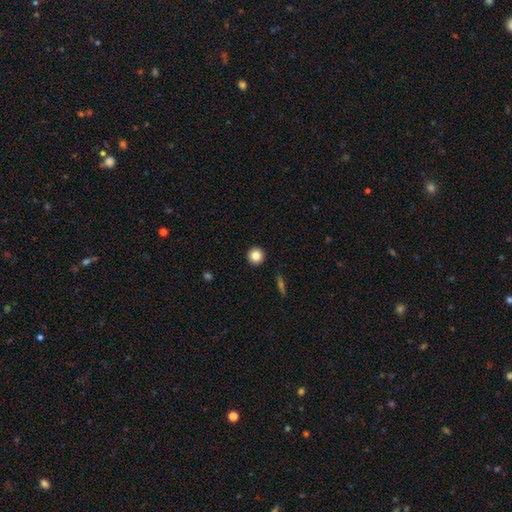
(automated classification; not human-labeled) Overall: smooth (84%). How rounded: round (94%). Merging: none (93%).